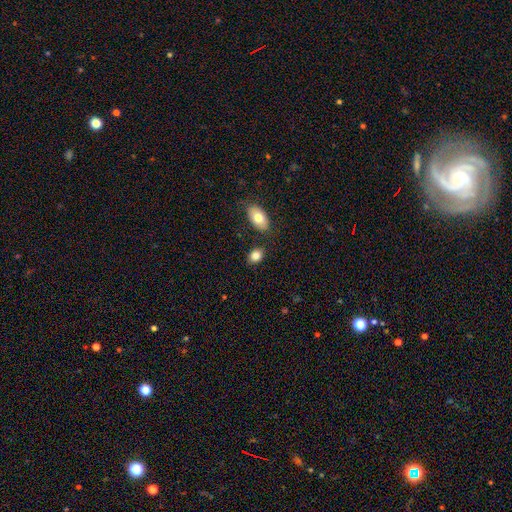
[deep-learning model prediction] Q: Smooth or featured?
A: smooth (79%); runner-up: featured or disk (12%)
Q: How rounded?
A: in between (82%); runner-up: round (16%)
Q: Merging?
A: none (78%); runner-up: minor disturbance (11%)